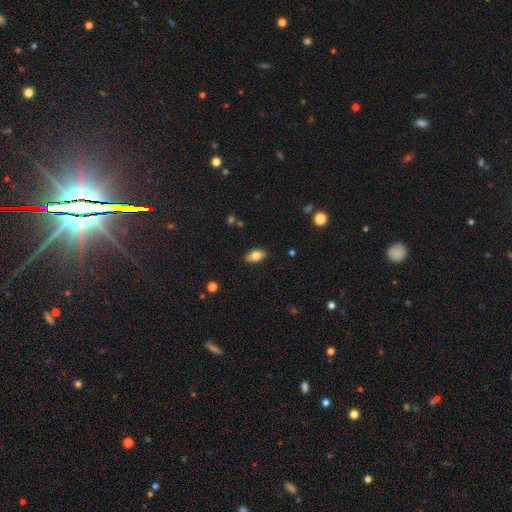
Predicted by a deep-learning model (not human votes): smooth_or_featured: smooth (p=0.78) [alt: featured or disk p=0.15]
how_rounded: in between (p=0.90) [alt: cigar-shaped p=0.05]
merging: none (p=0.88) [alt: minor disturbance p=0.09]